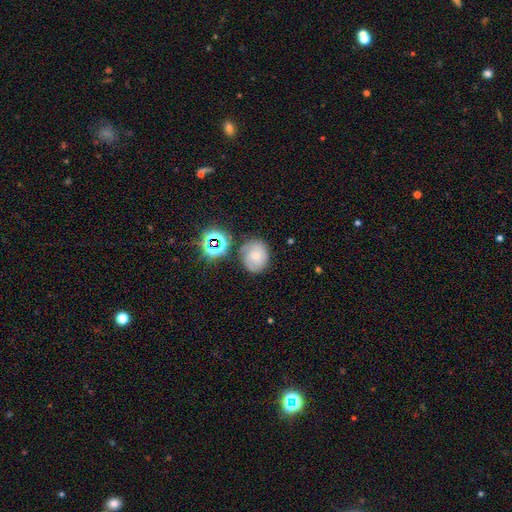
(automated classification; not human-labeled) smooth_or_featured: smooth (p=0.47) [alt: featured or disk p=0.37]
merging: none (p=0.69) [alt: minor disturbance p=0.18]